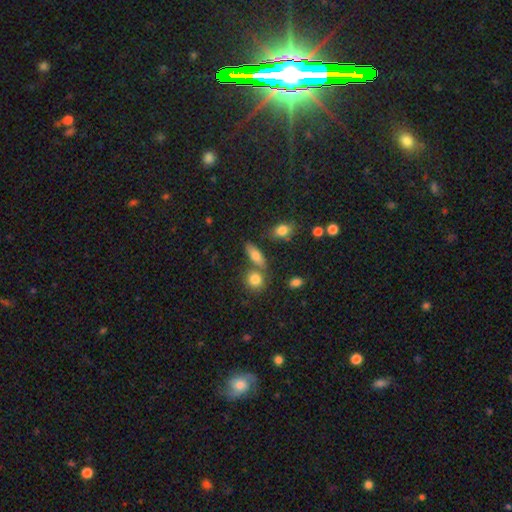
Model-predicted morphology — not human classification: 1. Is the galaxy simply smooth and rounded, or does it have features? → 74% smooth, 16% featured or disk, 10% star or artifact.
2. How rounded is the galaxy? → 65% in between, 25% cigar-shaped, 9% round.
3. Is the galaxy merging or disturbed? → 66% none, 17% merger, 12% minor disturbance, 4% major disturbance.